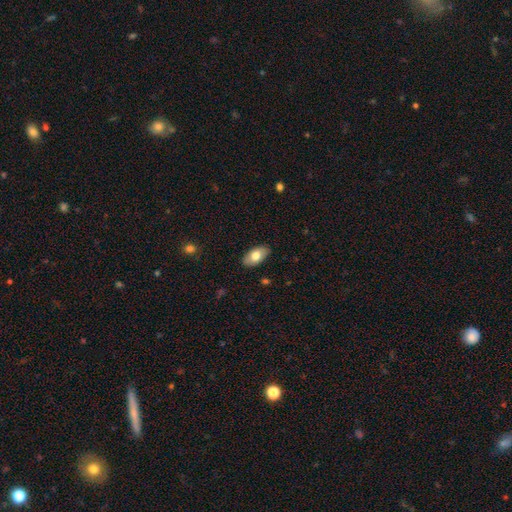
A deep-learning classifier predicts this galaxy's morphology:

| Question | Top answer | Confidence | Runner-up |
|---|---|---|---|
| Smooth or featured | smooth | 74% | featured or disk (20%) |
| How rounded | in between | 94% | round (3%) |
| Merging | none | 87% | minor disturbance (10%) |